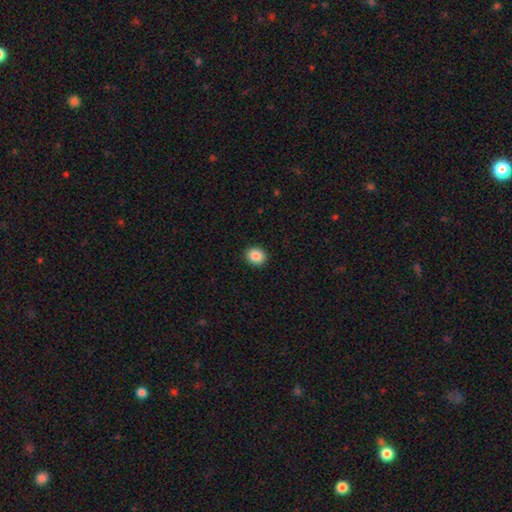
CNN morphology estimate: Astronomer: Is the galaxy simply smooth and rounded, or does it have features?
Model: smooth — 87%.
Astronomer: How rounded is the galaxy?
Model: round — 71%.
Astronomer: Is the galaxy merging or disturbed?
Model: none — 91%.